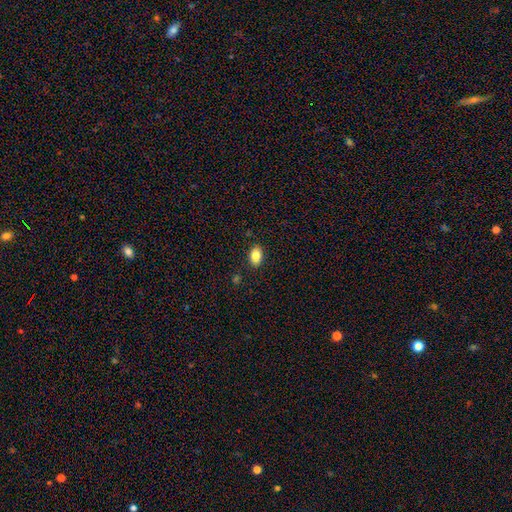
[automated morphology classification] A smooth galaxy with no disk features (82%) that is in between round and cigar-shaped (89%).

Vote fractions:
- Smooth or featured? smooth: 82% / featured or disk: 9% / star or artifact: 8%
- How rounded? in between: 89% / round: 9% / cigar-shaped: 2%
- Merging? none: 89% / minor disturbance: 8% / major disturbance: 2% / merger: 1%